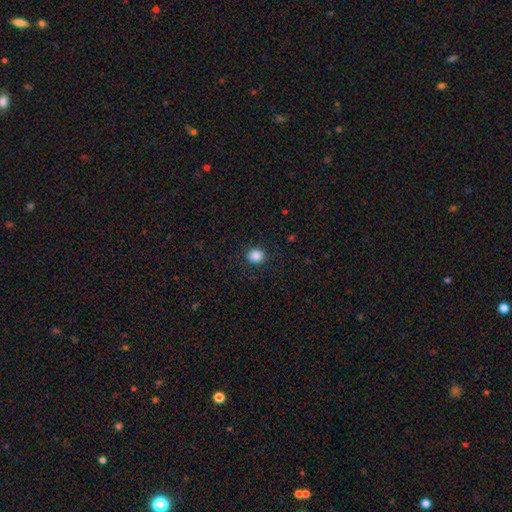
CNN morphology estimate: This appears to be a smooth galaxy with no disk features (86%) that is round (83%). Merging: none (90%).